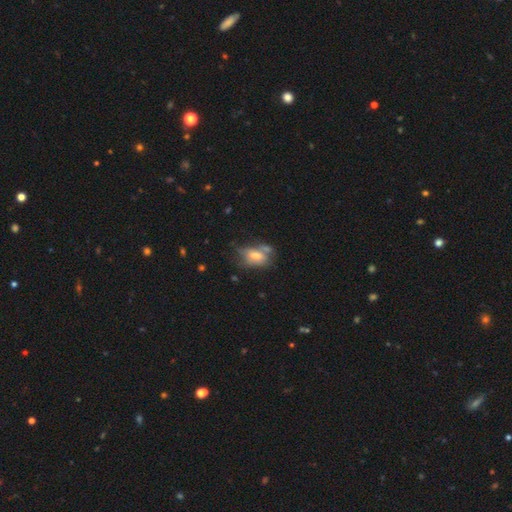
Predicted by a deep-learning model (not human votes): The model was most divided on "merging": none: 39%, minor disturbance: 25%, merger: 19%, major disturbance: 17%. More confident: how rounded — in between (85%); smooth or featured — smooth (59%).